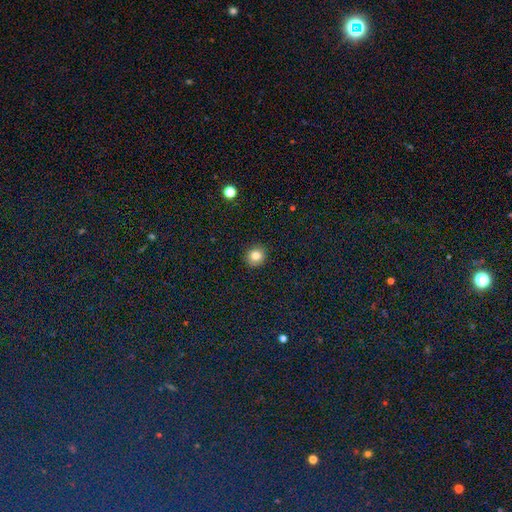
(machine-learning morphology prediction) smooth 82%, star or artifact 11%, featured or disk 6%. Down the decision tree: how rounded — round (89%); merging — none (92%).